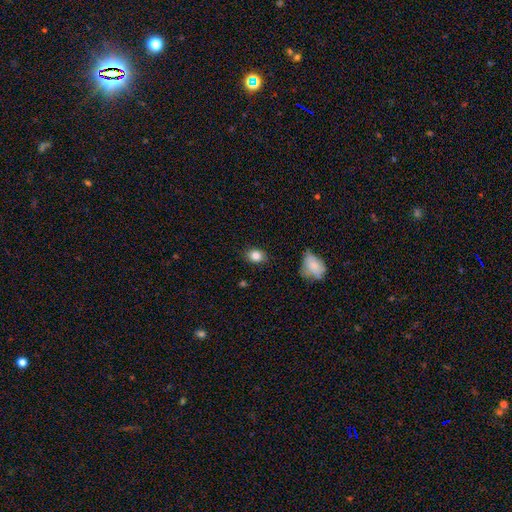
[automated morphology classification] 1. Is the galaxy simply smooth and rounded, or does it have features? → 84% smooth, 9% star or artifact, 7% featured or disk.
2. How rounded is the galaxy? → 56% in between, 42% round, 1% cigar-shaped.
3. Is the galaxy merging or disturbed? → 82% none, 13% minor disturbance, 3% major disturbance, 2% merger.